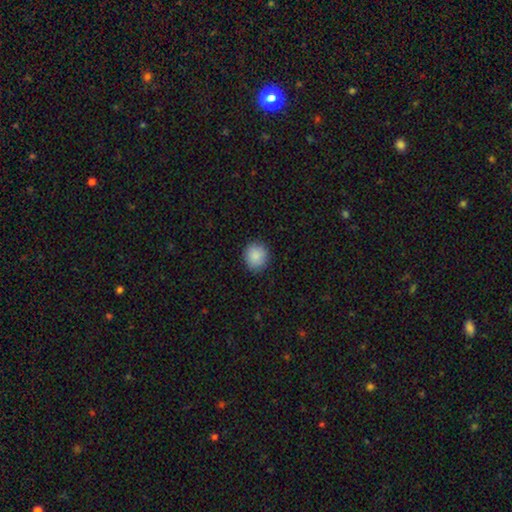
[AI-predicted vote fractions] Smooth or featured? smooth (89%)
How rounded? round (87%)
Merging? none (90%)